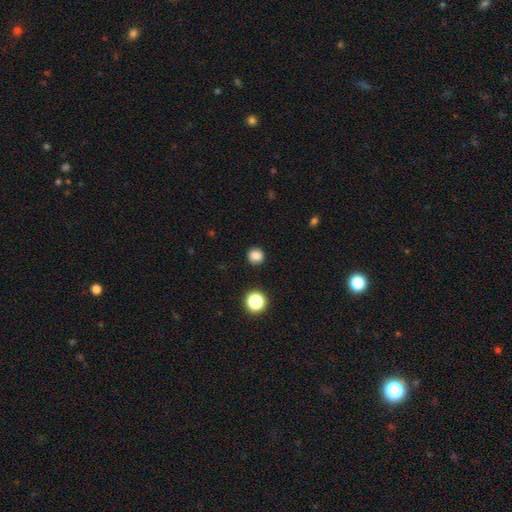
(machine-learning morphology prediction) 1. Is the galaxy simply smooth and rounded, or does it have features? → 81% smooth, 13% star or artifact, 6% featured or disk.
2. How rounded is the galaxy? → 87% round, 13% in between, 1% cigar-shaped.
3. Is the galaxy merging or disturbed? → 87% none, 9% minor disturbance, 3% major disturbance, 2% merger.